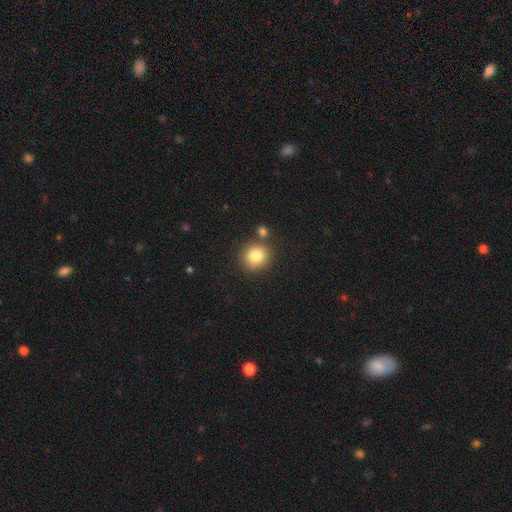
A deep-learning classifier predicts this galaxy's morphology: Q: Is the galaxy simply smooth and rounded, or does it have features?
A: smooth — 82%.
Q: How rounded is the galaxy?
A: round — 88%.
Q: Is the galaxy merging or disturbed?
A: none — 76%.